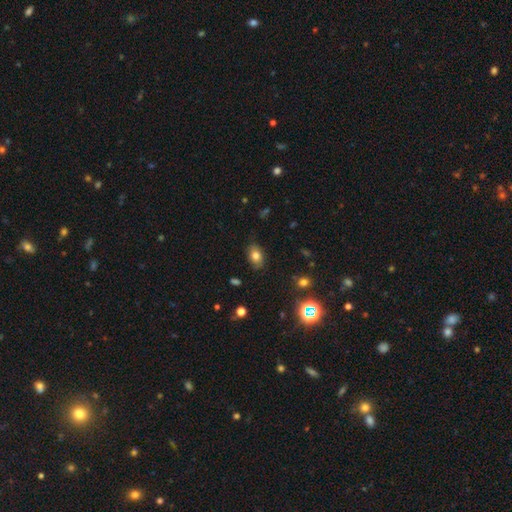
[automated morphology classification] smooth-or-featured: smooth: 76% | featured or disk: 13% | star or artifact: 12%
  how-rounded: in between: 83% | round: 16% | cigar-shaped: 2%
  merging: none: 81% | minor disturbance: 15% | major disturbance: 3% | merger: 1%